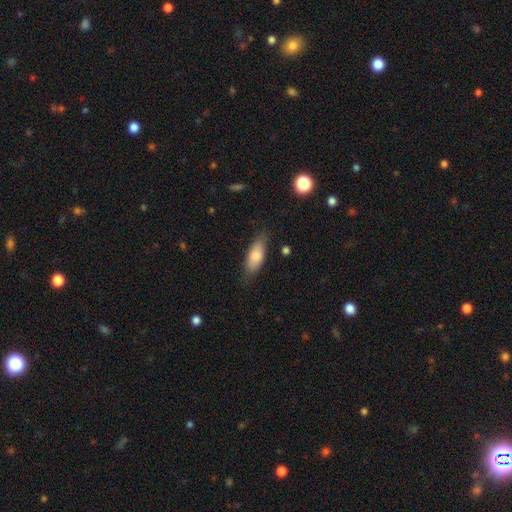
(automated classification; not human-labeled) This is likely a smooth galaxy (80%). How rounded: likely in between (75%). Merging: likely none (76%).